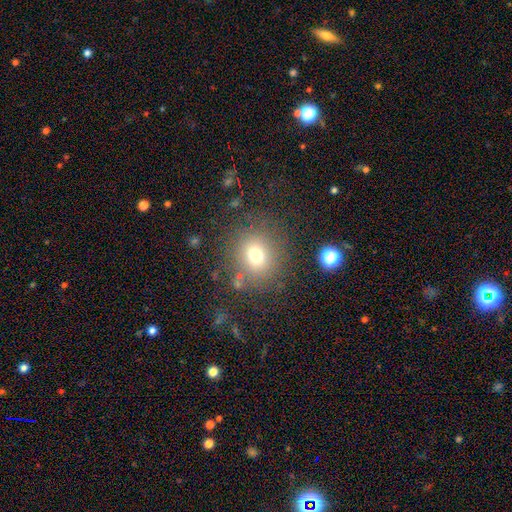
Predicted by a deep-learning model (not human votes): smooth 73%, star or artifact 17%, featured or disk 10%. Down the decision tree: how rounded — round (79%); merging — none (80%).